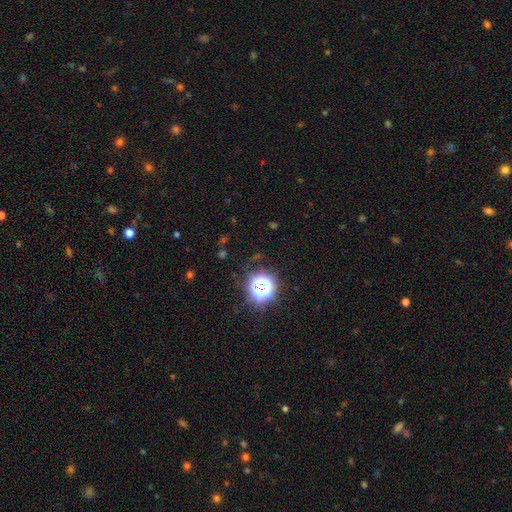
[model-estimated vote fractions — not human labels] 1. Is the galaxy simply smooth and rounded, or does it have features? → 75% star or artifact, 17% smooth, 8% featured or disk.